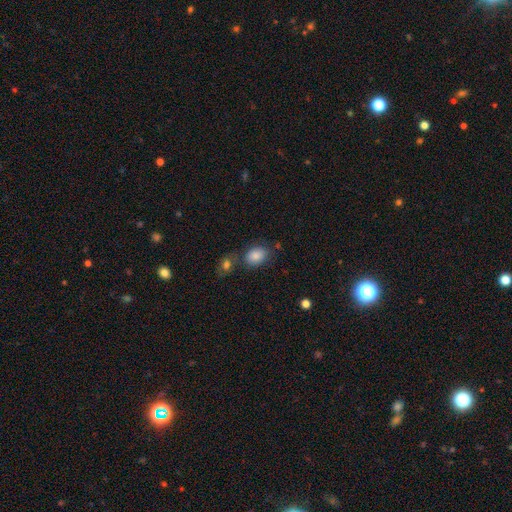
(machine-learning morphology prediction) The model was most divided on "merging": none: 64%, minor disturbance: 16%, merger: 15%, major disturbance: 5%. More confident: smooth or featured — smooth (85%); how rounded — in between (75%).